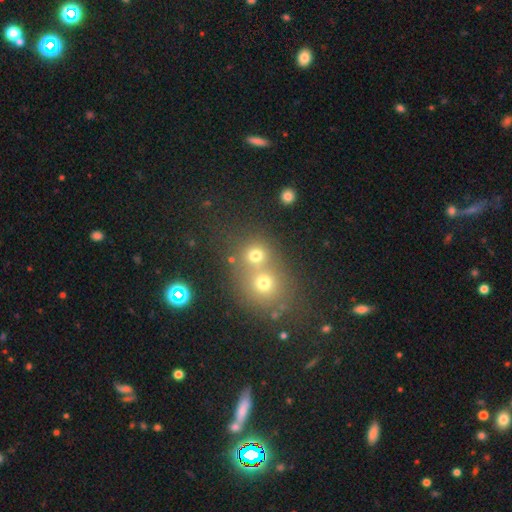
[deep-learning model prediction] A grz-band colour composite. It shows a smooth galaxy with no disk features (71%) that is round (81%). Merging: merger (49%).